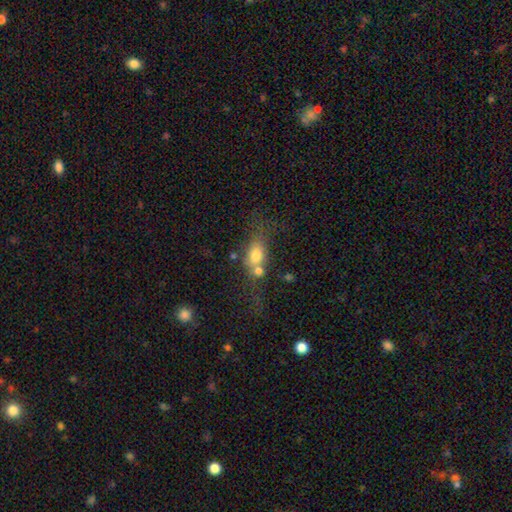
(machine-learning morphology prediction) Smooth or featured: smooth — 69% (featured or disk — 20%)
How rounded: in between — 62% (round — 32%)
Merging: merger — 48% (none — 30%)